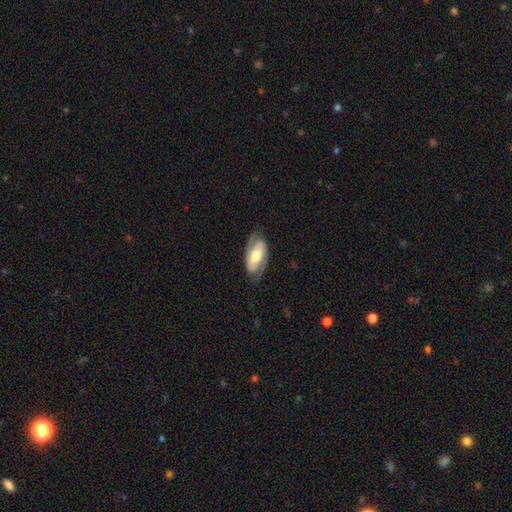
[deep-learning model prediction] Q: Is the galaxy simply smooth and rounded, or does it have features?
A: featured or disk — 73%.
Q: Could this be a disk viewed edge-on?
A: no — 93%.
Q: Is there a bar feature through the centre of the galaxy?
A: strong — 36%.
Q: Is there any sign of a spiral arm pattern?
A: yes — 87%.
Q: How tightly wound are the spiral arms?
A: medium — 44%.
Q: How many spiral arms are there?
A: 2 — 87%.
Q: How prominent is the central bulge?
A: moderate — 61%.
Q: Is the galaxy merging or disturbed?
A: none — 74%.